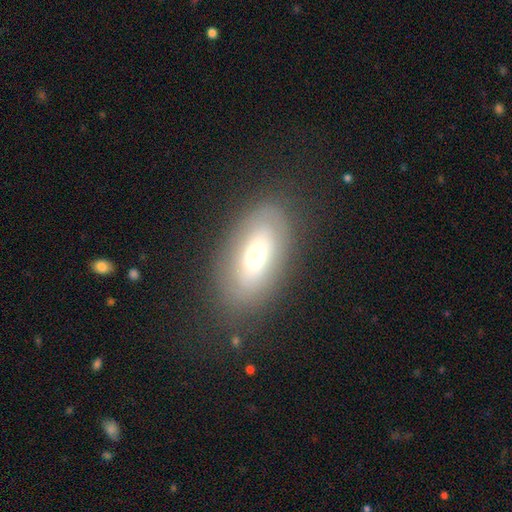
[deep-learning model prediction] smooth-or-featured: smooth: 53% | featured or disk: 38% | star or artifact: 9%
  how-rounded: in between: 87% | cigar-shaped: 7% | round: 6%
  merging: none: 80% | minor disturbance: 13% | major disturbance: 6% | merger: 1%